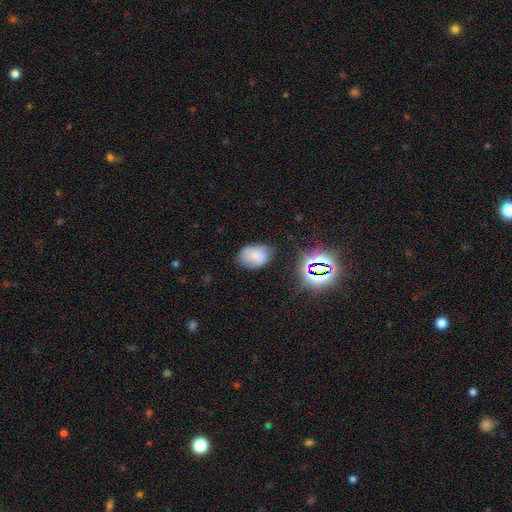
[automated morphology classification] Smooth or featured: smooth — 60% (featured or disk — 25%)
How rounded: in between — 75% (round — 24%)
Merging: none — 63% (minor disturbance — 27%)